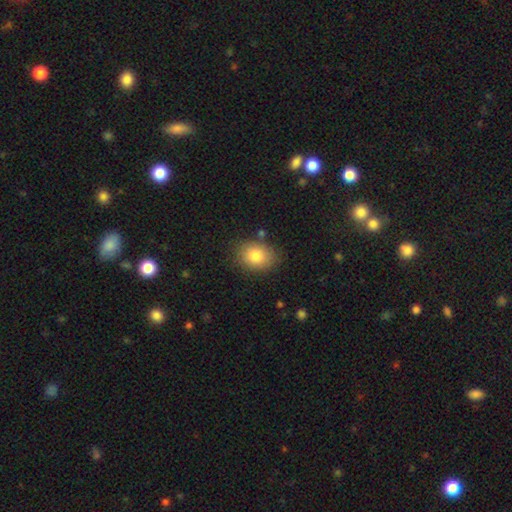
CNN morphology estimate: A smooth galaxy with no disk features (83%) that is in between round and cigar-shaped (60%).

Vote fractions:
- Smooth or featured? smooth: 83% / featured or disk: 9% / star or artifact: 8%
- How rounded? in between: 60% / round: 39% / cigar-shaped: 1%
- Merging? none: 80% / minor disturbance: 14% / major disturbance: 4% / merger: 3%